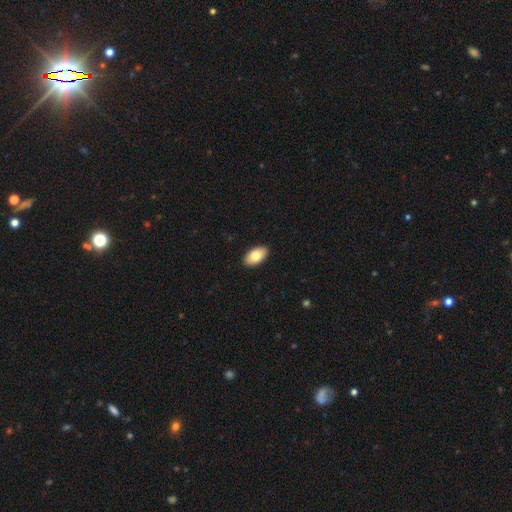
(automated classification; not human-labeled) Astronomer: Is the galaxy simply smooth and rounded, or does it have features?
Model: smooth — 80%.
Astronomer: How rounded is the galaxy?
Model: in between — 95%.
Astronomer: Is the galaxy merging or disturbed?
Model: none — 91%.